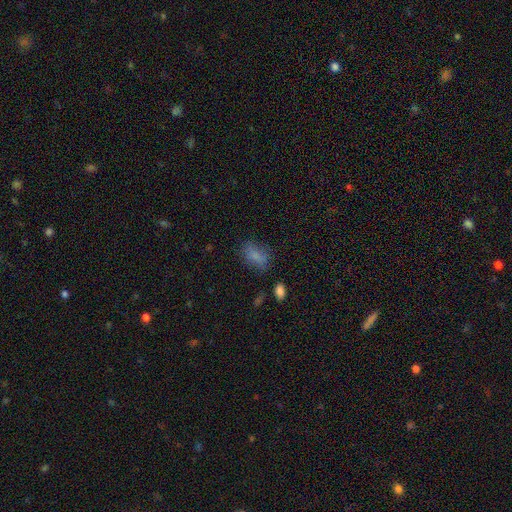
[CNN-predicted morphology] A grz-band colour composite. It shows a smooth galaxy with no disk features (76%) that is in between round and cigar-shaped (83%). Merging: none (63%).